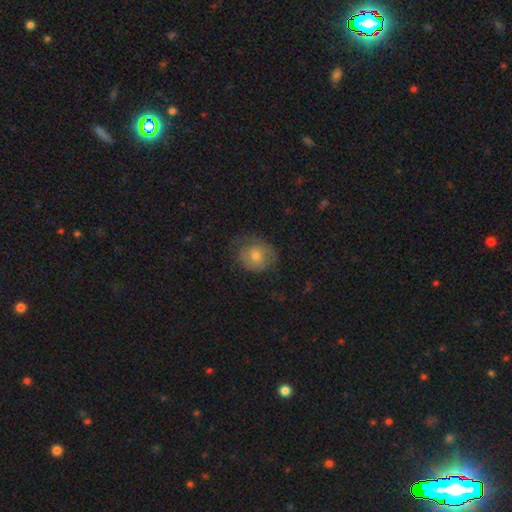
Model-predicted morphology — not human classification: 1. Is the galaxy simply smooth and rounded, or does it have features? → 58% smooth, 34% featured or disk, 8% star or artifact.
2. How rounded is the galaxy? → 67% round, 32% in between, 1% cigar-shaped.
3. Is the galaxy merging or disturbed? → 58% none, 26% minor disturbance, 15% major disturbance, 1% merger.